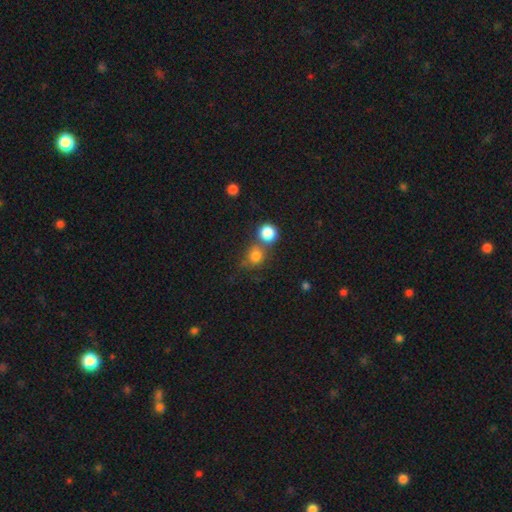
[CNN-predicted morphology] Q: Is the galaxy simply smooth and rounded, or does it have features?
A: smooth — 79%.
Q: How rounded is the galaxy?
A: round — 82%.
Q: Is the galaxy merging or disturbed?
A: none — 51%.